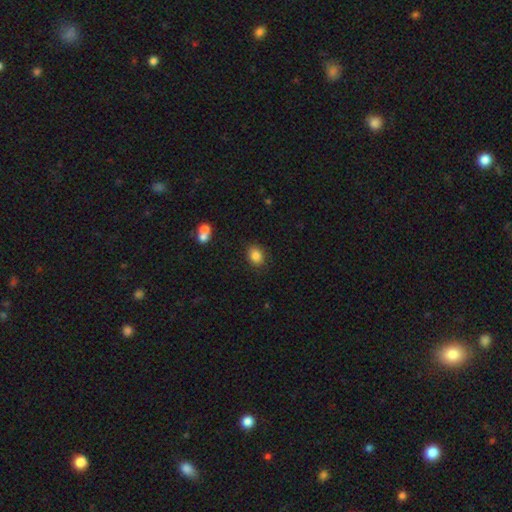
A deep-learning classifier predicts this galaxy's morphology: This appears to be a smooth galaxy with no disk features (85%) that is in between round and cigar-shaped (54%). Merging: none (84%).